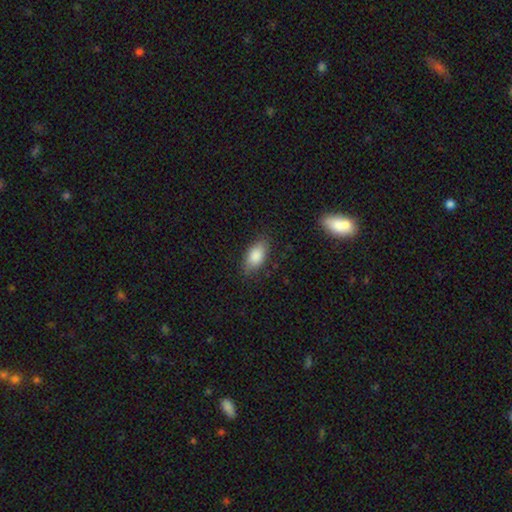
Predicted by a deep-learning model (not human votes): Q: Smooth or featured?
A: smooth (85%); runner-up: featured or disk (8%)
Q: How rounded?
A: in between (90%); runner-up: cigar-shaped (5%)
Q: Merging?
A: none (80%); runner-up: minor disturbance (15%)